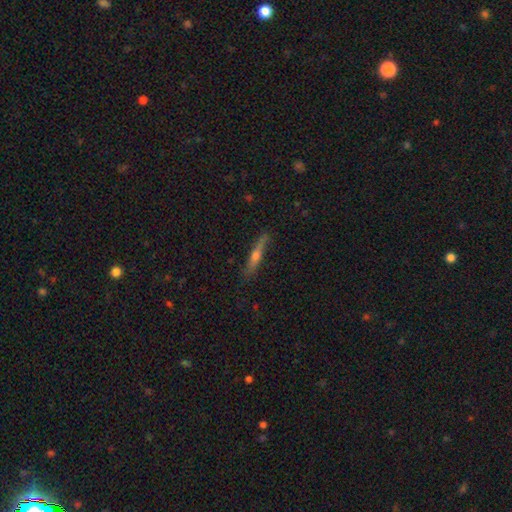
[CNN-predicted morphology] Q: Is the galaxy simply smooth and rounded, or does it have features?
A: featured or disk — 53%.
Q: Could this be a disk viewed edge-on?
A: yes — 93%.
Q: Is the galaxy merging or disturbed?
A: none — 83%.